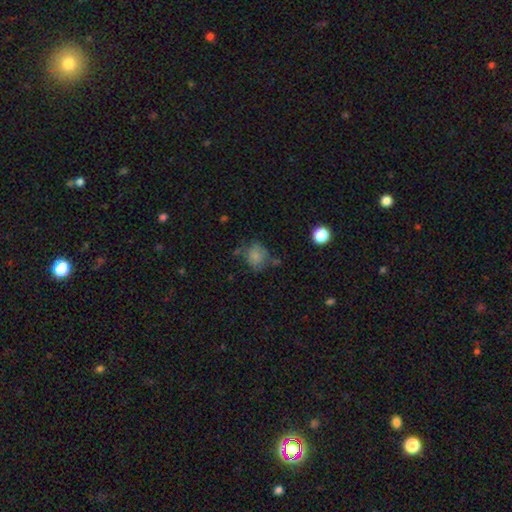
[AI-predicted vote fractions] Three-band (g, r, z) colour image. It shows a smooth galaxy with no disk features (74%) that is round (64%). Merging: none (49%).